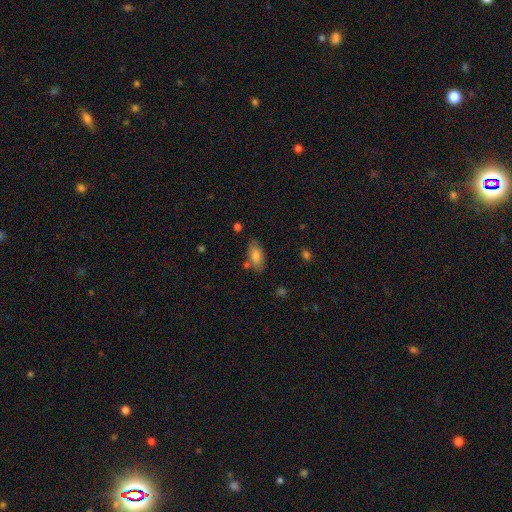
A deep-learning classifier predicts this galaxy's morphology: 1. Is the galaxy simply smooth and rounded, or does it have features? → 79% smooth, 13% featured or disk, 7% star or artifact.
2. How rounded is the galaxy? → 89% in between, 8% cigar-shaped, 3% round.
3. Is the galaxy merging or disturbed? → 73% none, 16% minor disturbance, 7% merger, 4% major disturbance.